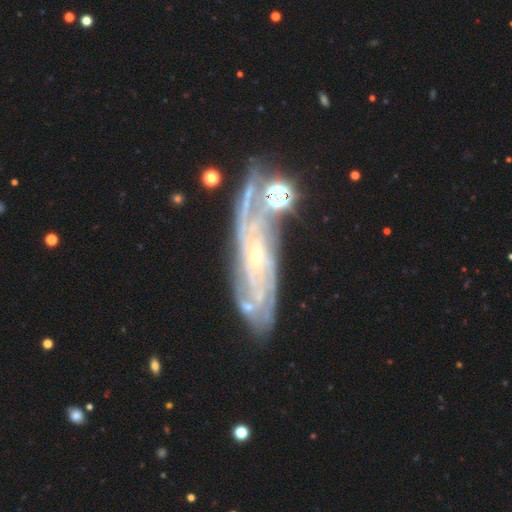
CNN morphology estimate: Q: Smooth or featured?
A: featured or disk (86%); runner-up: star or artifact (7%)
Q: Edge-on disk?
A: no (84%); runner-up: yes (16%)
Q: Bar?
A: no (66%); runner-up: weak (25%)
Q: Spiral arms?
A: yes (96%); runner-up: no (4%)
Q: Spiral winding?
A: tight (66%); runner-up: medium (28%)
Q: Spiral arm count?
A: can't tell (36%); runner-up: 2 (20%)
Q: Bulge size?
A: small (80%); runner-up: moderate (16%)
Q: Merging?
A: none (69%); runner-up: minor disturbance (17%)